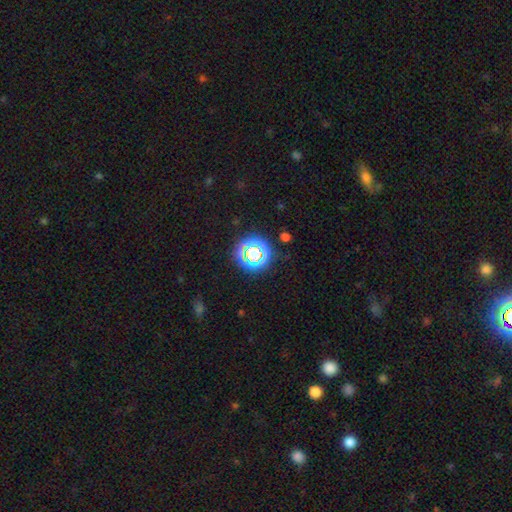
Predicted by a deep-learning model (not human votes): Overall: star or artifact (60%; smooth 28%).